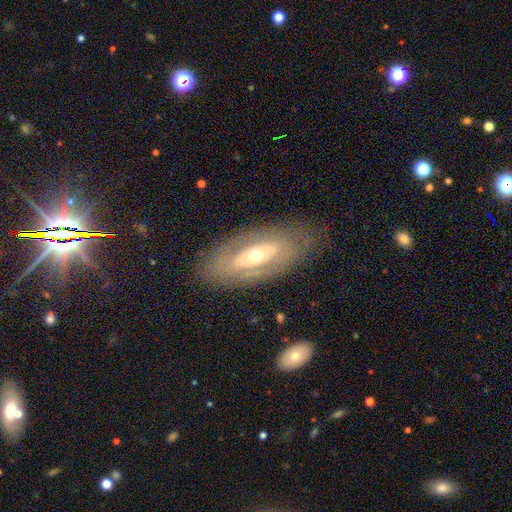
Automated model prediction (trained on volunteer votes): Smooth or featured: featured or disk — 66% (smooth — 28%)
Edge-on disk: no — 84% (yes — 16%)
Bar: no — 75% (weak — 15%)
Spiral arms: no — 76% (yes — 24%)
Bulge size: moderate — 60% (small — 33%)
Merging: none — 80% (minor disturbance — 12%)